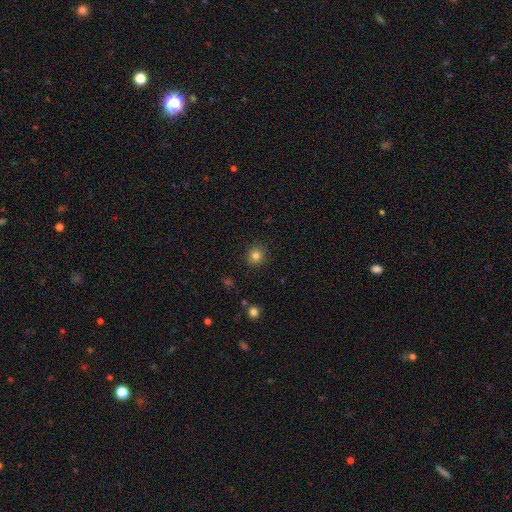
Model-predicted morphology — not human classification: smooth_or_featured: smooth (p=0.81) [alt: star or artifact p=0.13]
how_rounded: round (p=0.90) [alt: in between p=0.09]
merging: none (p=0.90) [alt: minor disturbance p=0.06]